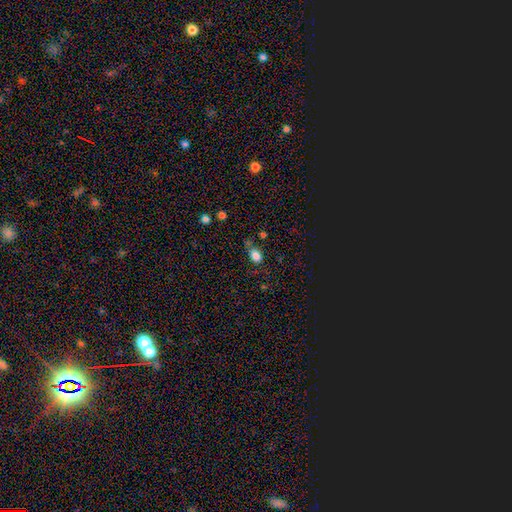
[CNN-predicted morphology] Smooth or featured?
  - smooth: 81% *
  - star or artifact: 12%
  - featured or disk: 6%
How rounded?
  - in between: 74% *
  - round: 24%
  - cigar-shaped: 2%
Merging?
  - none: 54% *
  - minor disturbance: 26%
  - major disturbance: 11%
  - merger: 9%